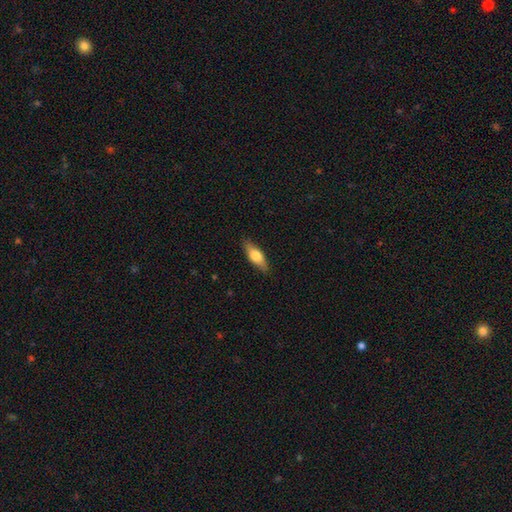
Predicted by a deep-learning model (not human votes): smooth 61%, featured or disk 33%, star or artifact 6%. Down the decision tree: how rounded — in between (60%); merging — none (86%).